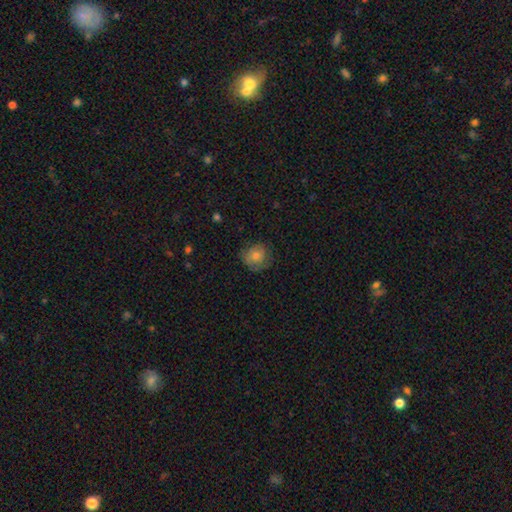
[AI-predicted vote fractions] Overall: smooth (70%). How rounded: round (81%). Merging: none (72%).